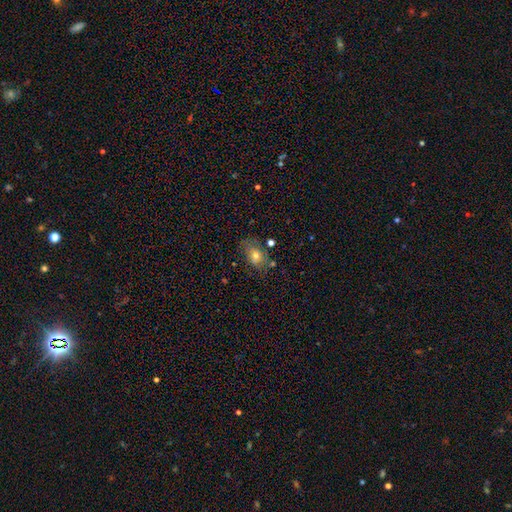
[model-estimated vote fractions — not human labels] smooth_or_featured: smooth (p=0.64) [alt: featured or disk p=0.24]
how_rounded: in between (p=0.78) [alt: round p=0.20]
merging: none (p=0.61) [alt: minor disturbance p=0.24]